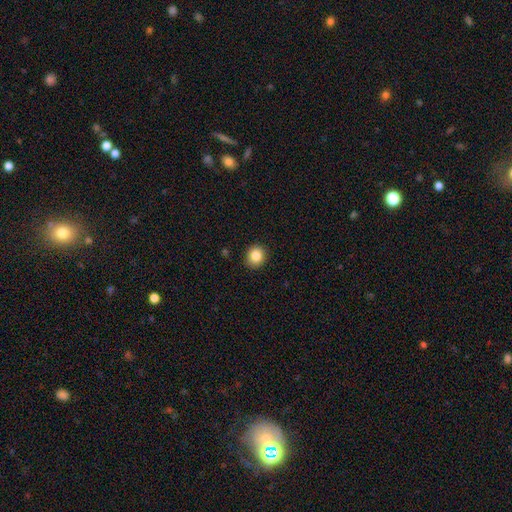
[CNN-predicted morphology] Smooth or featured? smooth (85%)
How rounded? round (78%)
Merging? none (91%)